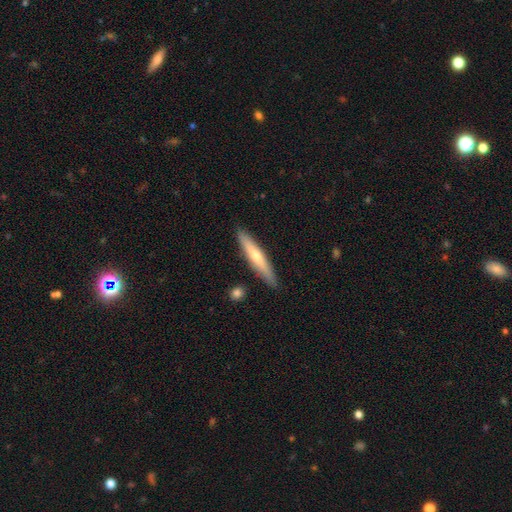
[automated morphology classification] smooth 50%, featured or disk 45%, star or artifact 6%. Down the decision tree: merging — none (88%).